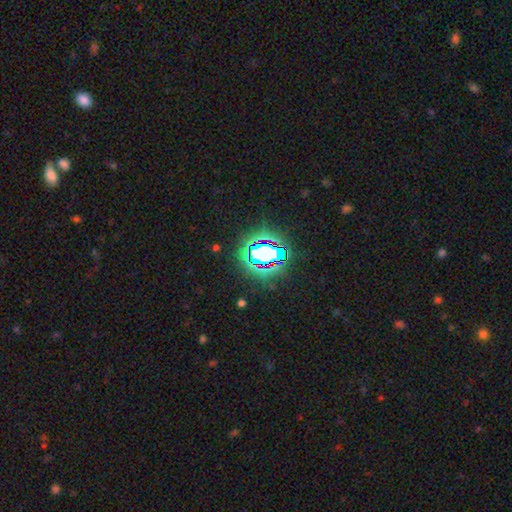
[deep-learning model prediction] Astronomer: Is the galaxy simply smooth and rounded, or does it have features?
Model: star or artifact — 77%.